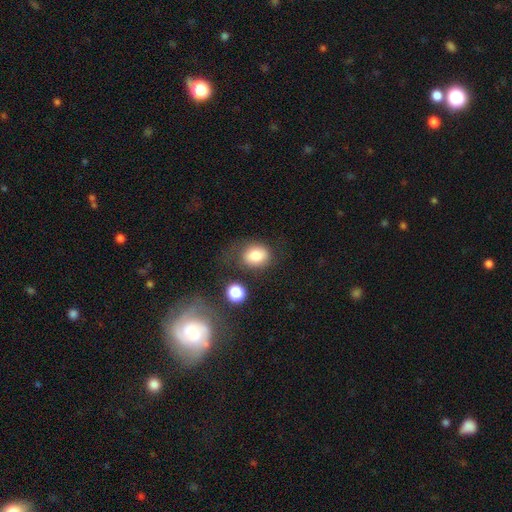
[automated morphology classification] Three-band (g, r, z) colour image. It shows a smooth galaxy with no disk features (80%) that is round (52%). Merging: none (63%).